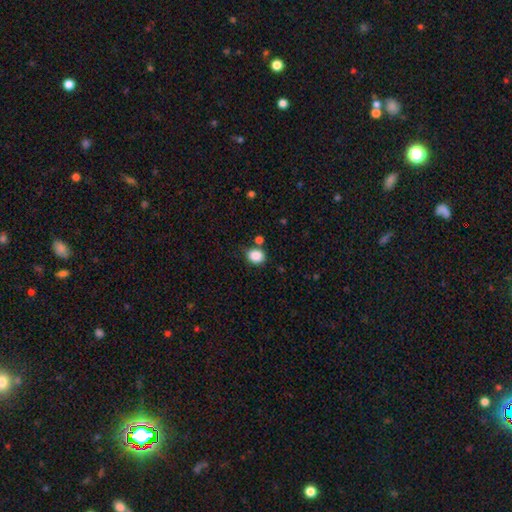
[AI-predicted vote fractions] Smooth or featured?
  - smooth: 87% *
  - star or artifact: 9%
  - featured or disk: 3%
How rounded?
  - round: 61% *
  - in between: 38%
  - cigar-shaped: 1%
Merging?
  - none: 75% *
  - minor disturbance: 13%
  - merger: 8%
  - major disturbance: 4%